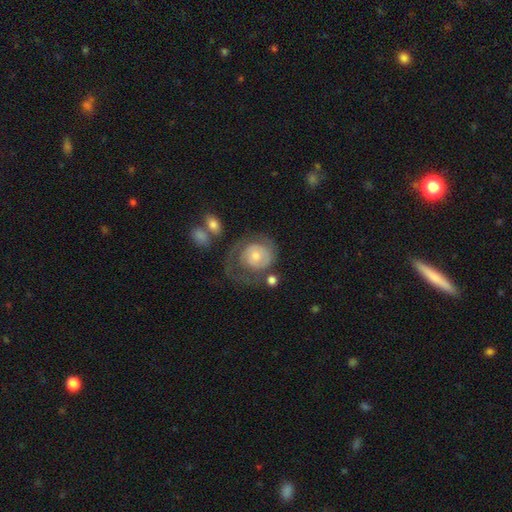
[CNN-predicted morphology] A featured or disk galaxy (62%) with no bar (78%), spiral arms (71%) and a small central bulge (50%).

Vote fractions:
- Smooth or featured? featured or disk: 62% / smooth: 32% / star or artifact: 6%
- Edge-on disk? no: 97% / yes: 3%
- Bar? no: 78% / weak: 19% / strong: 3%
- Spiral arms? yes: 71% / no: 29%
- Bulge size? small: 50% / moderate: 41% / large: 5% / none: 3% / dominant: 2%
- Merging? none: 39% / major disturbance: 35% / minor disturbance: 20% / merger: 6%